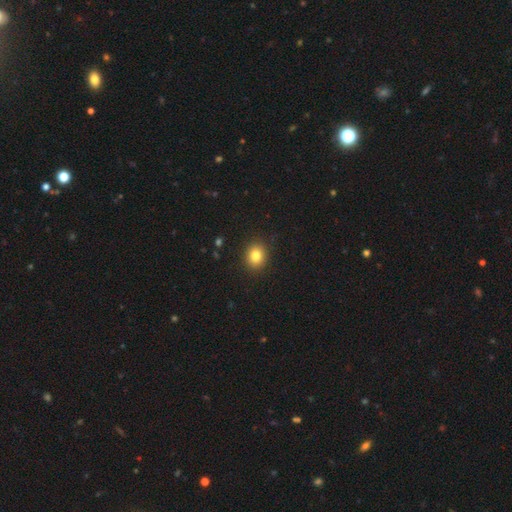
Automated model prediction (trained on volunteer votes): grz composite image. It shows a smooth galaxy with no disk features (82%) that is round (64%). Merging: none (90%).